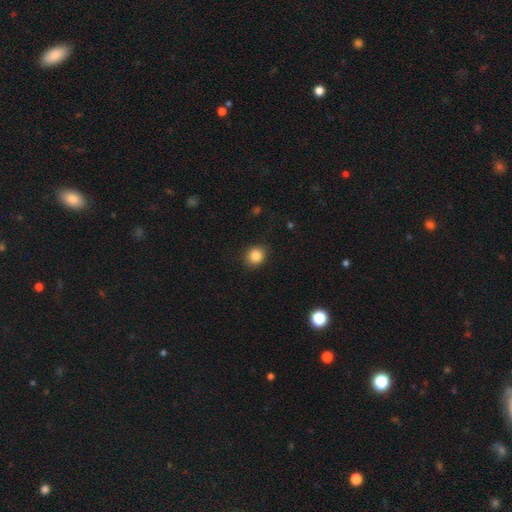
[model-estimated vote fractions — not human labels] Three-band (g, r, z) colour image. It shows a smooth galaxy with no disk features (85%) that is round (79%). Merging: none (87%).